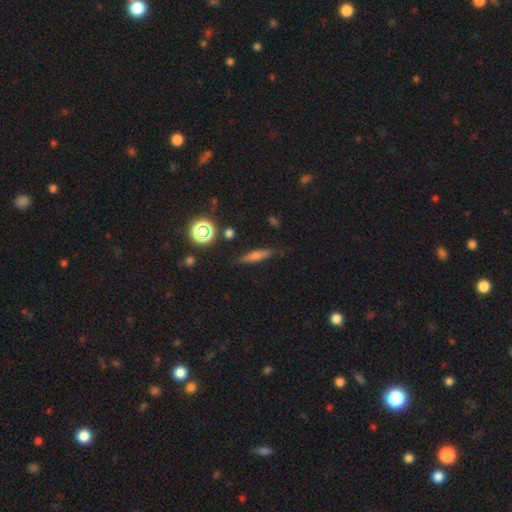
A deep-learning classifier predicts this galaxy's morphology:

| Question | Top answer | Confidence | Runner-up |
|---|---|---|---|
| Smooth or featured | smooth | 51% | featured or disk (33%) |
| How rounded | cigar-shaped | 79% | in between (14%) |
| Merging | none | 82% | minor disturbance (13%) |